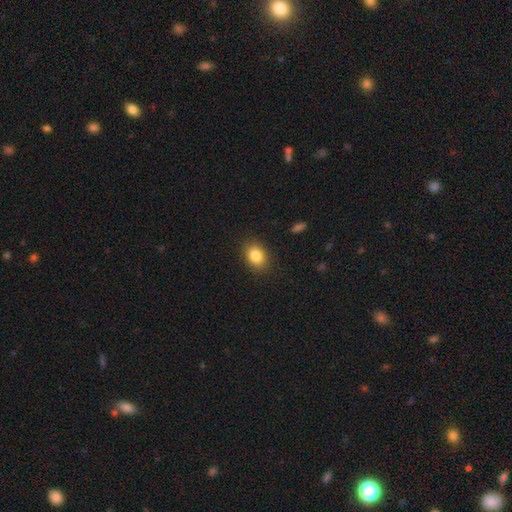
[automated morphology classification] Smooth or featured: smooth — 84% (star or artifact — 9%)
How rounded: in between — 68% (round — 31%)
Merging: none — 87% (minor disturbance — 9%)